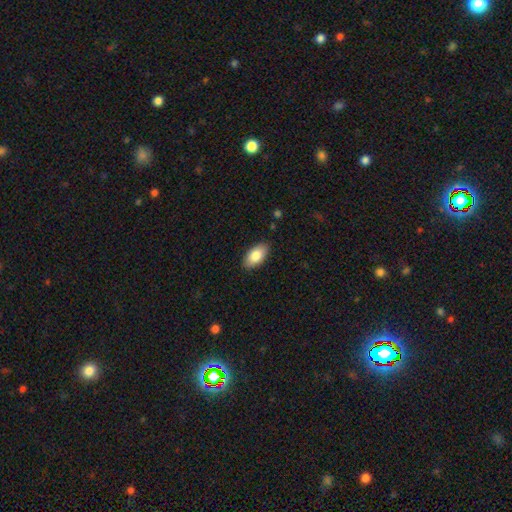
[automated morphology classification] Smooth or featured: smooth — 82% (featured or disk — 11%)
How rounded: in between — 93% (cigar-shaped — 3%)
Merging: none — 87% (minor disturbance — 10%)